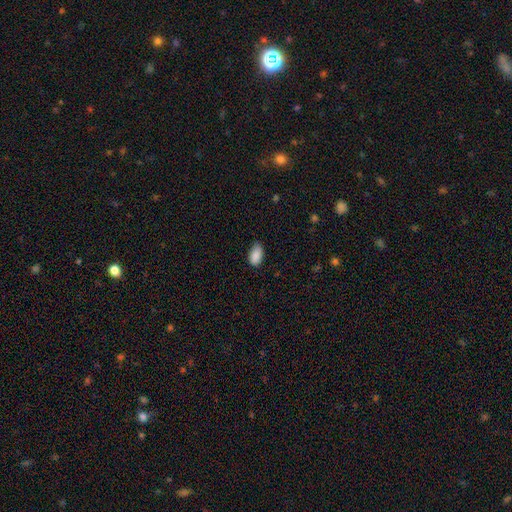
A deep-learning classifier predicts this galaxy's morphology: A smooth galaxy with no disk features (88%) that is in between round and cigar-shaped (94%).

Vote fractions:
- Smooth or featured? smooth: 88% / star or artifact: 7% / featured or disk: 4%
- How rounded? in between: 94% / round: 4% / cigar-shaped: 2%
- Merging? none: 71% / minor disturbance: 25% / major disturbance: 4% / merger: 1%